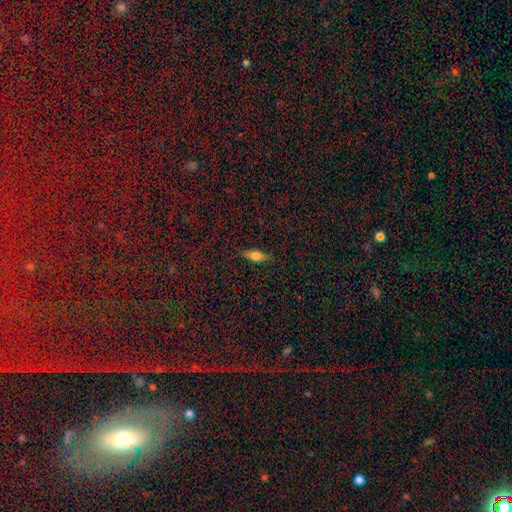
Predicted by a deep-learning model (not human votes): Smooth or featured? smooth (60%)
How rounded? in between (58%)
Merging? none (87%)